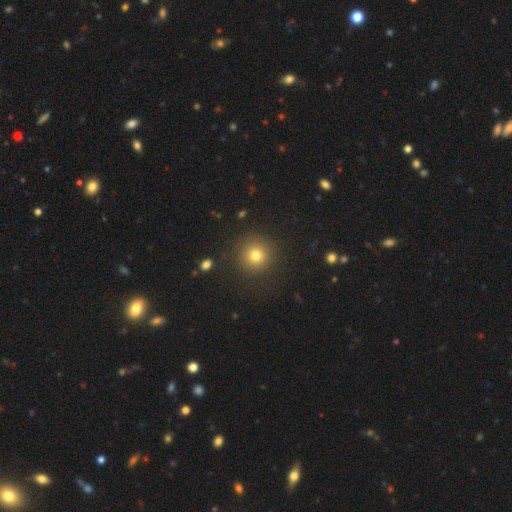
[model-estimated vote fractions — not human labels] Smooth or featured?
  - smooth: 78% *
  - star or artifact: 14%
  - featured or disk: 7%
How rounded?
  - round: 93% *
  - in between: 6%
  - cigar-shaped: 1%
Merging?
  - none: 89% *
  - minor disturbance: 7%
  - major disturbance: 3%
  - merger: 1%